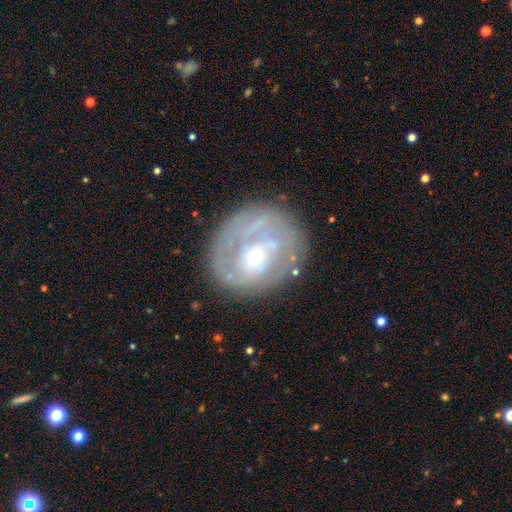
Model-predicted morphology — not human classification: smooth-or-featured: featured or disk: 68% | smooth: 25% | star or artifact: 7%
  disk-edge-on: no: 97% | yes: 3%
    bar: no: 71% | weak: 22% | strong: 7%
    has-spiral-arms: yes: 57% | no: 43%
    bulge-size: small: 41% | moderate: 37% | large: 12% | none: 8% | dominant: 3%
  merging: none: 69% | minor disturbance: 17% | major disturbance: 11% | merger: 3%